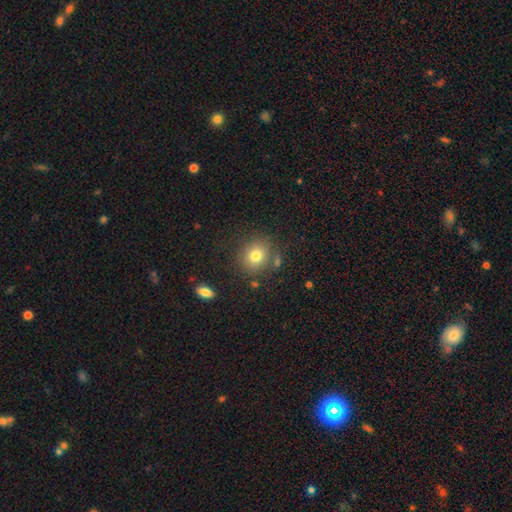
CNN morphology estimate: Smooth or featured? Predicted: smooth (p=0.77). How rounded? Predicted: round (p=0.72). Merging? Predicted: none (p=0.79).